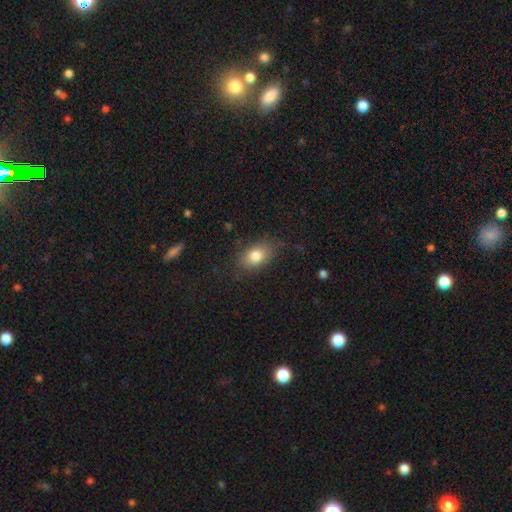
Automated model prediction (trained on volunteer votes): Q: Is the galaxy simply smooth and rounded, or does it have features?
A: smooth — 79%.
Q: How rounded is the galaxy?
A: in between — 79%.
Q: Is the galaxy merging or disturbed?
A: none — 76%.